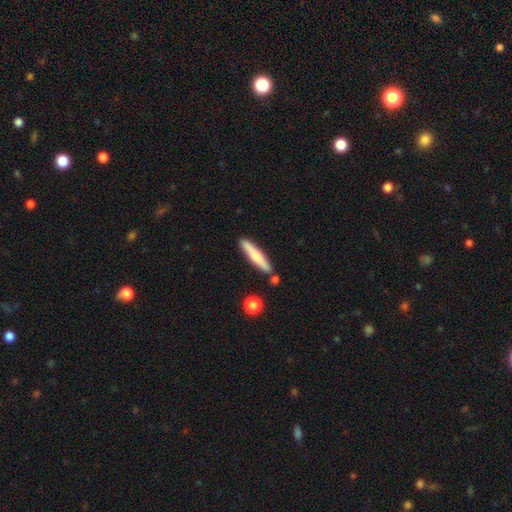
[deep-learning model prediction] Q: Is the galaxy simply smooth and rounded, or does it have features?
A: smooth — 67%.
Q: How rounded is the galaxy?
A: cigar-shaped — 90%.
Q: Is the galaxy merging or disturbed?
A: none — 83%.